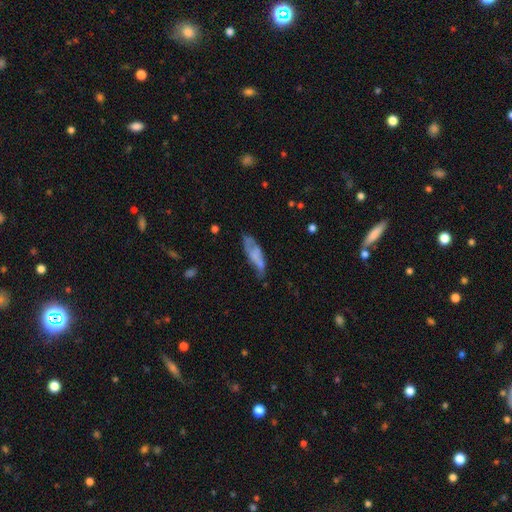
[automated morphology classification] Smooth or featured?
  - smooth: 51% *
  - featured or disk: 39%
  - star or artifact: 9%
How rounded?
  - in between: 52% *
  - cigar-shaped: 46%
  - round: 2%
Merging?
  - none: 39% *
  - minor disturbance: 30%
  - major disturbance: 24%
  - merger: 7%